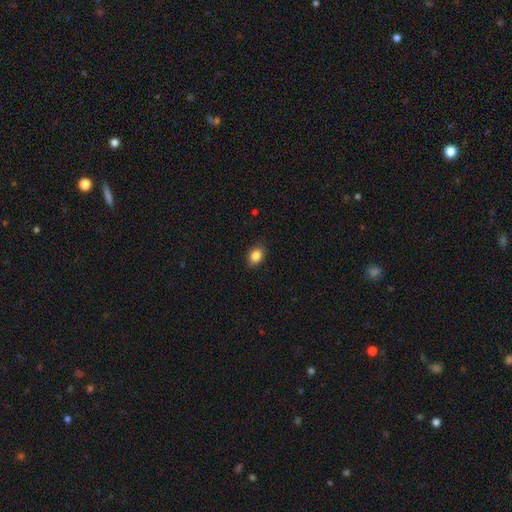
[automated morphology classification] A smooth galaxy with no disk features (86%) that is in between round and cigar-shaped (63%).

Vote fractions:
- Smooth or featured? smooth: 86% / star or artifact: 9% / featured or disk: 4%
- How rounded? in between: 63% / round: 36% / cigar-shaped: 1%
- Merging? none: 88% / minor disturbance: 9% / major disturbance: 2% / merger: 1%